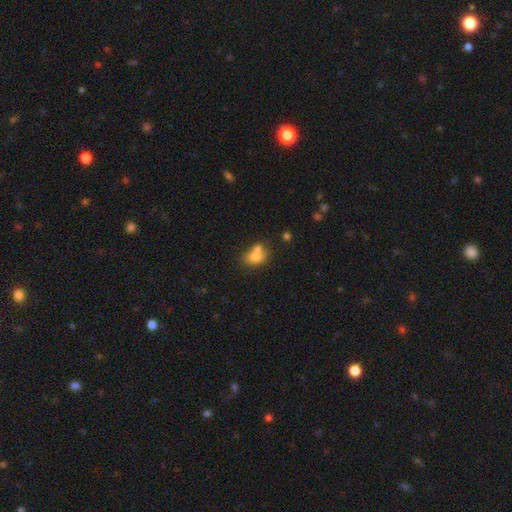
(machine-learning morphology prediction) The model was most divided on "how rounded": in between: 52%, round: 47%, cigar-shaped: 1%. Remaining: smooth or featured — smooth (71%); merging — merger (50%).